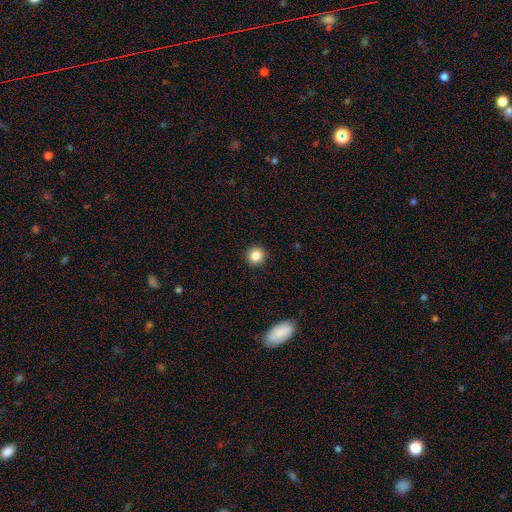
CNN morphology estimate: Smooth or featured?
  - smooth: 85% *
  - star or artifact: 10%
  - featured or disk: 5%
How rounded?
  - round: 94% *
  - in between: 5%
  - cigar-shaped: 1%
Merging?
  - none: 92% *
  - minor disturbance: 5%
  - major disturbance: 2%
  - merger: 1%